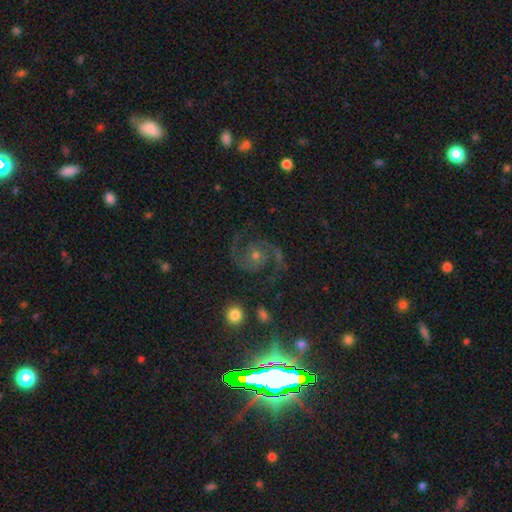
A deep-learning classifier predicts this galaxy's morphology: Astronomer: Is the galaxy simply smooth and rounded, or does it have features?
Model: featured or disk — 88%.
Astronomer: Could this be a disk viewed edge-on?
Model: no — 98%.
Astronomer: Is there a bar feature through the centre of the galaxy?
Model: no — 72%.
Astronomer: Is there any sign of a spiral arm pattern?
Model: yes — 98%.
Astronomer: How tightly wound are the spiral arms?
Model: medium — 60%.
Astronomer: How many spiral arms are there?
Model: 2 — 93%.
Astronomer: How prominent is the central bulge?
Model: moderate — 47% (runner-up: small, 46%).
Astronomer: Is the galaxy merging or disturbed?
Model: none — 79%.